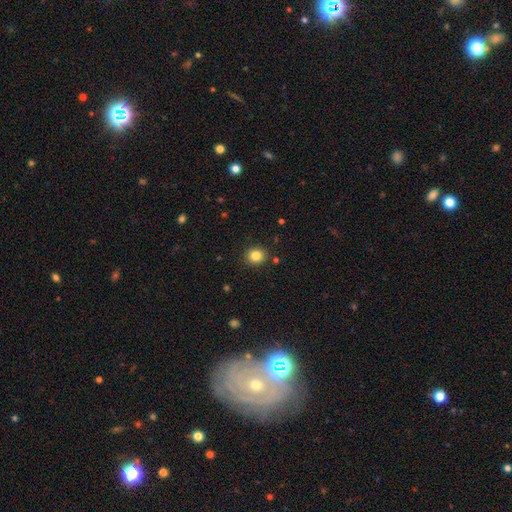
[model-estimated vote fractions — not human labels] Smooth or featured? Predicted: smooth (p=0.83). How rounded? Predicted: round (p=0.82). Merging? Predicted: none (p=0.90).